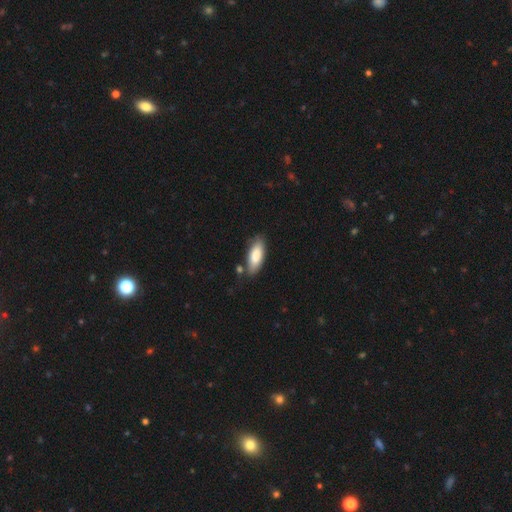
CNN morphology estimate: Smooth or featured? smooth (83%)
How rounded? in between (79%)
Merging? none (74%)